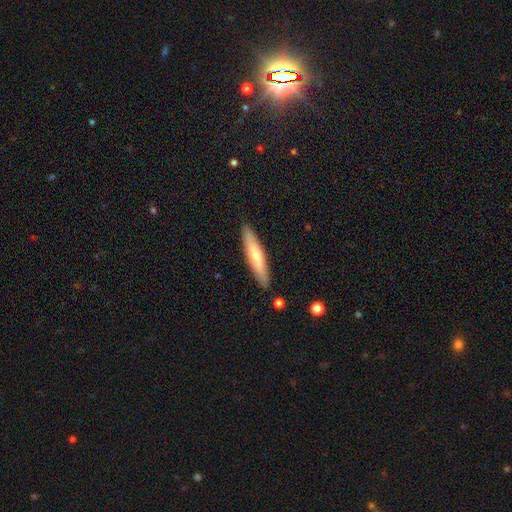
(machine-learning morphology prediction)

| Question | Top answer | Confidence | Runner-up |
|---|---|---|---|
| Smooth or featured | smooth | 59% | featured or disk (35%) |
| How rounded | cigar-shaped | 88% | in between (11%) |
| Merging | none | 89% | minor disturbance (8%) |